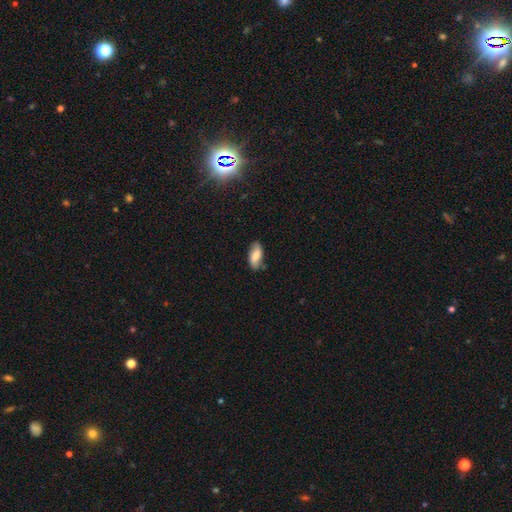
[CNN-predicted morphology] This appears to be a smooth galaxy with no disk features (67%) that is in between round and cigar-shaped (88%). Merging: none (75%).